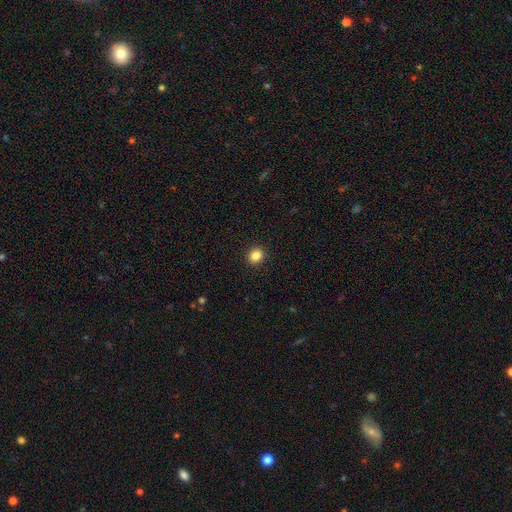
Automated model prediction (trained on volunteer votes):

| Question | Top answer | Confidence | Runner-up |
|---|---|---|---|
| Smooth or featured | smooth | 85% | star or artifact (10%) |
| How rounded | round | 75% | in between (24%) |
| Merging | none | 92% | minor disturbance (5%) |